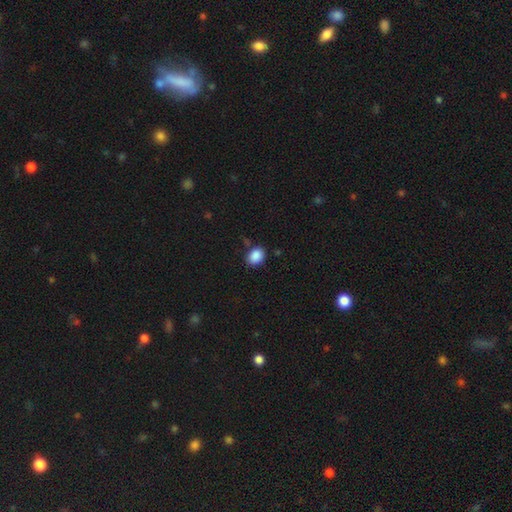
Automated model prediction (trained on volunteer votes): smooth 88%, star or artifact 8%, featured or disk 3%. Down the decision tree: how rounded — in between (63%); merging — none (79%).